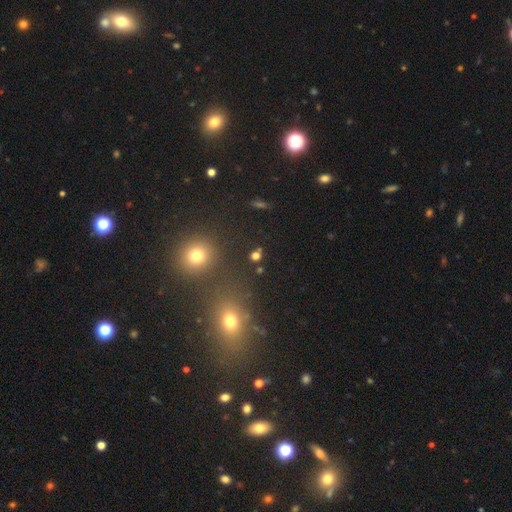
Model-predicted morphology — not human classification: A smooth galaxy with no disk features (67%) that is round (75%).

Vote fractions:
- Smooth or featured? smooth: 67% / star or artifact: 26% / featured or disk: 8%
- How rounded? round: 75% / in between: 23% / cigar-shaped: 2%
- Merging? none: 81% / minor disturbance: 8% / merger: 7% / major disturbance: 4%